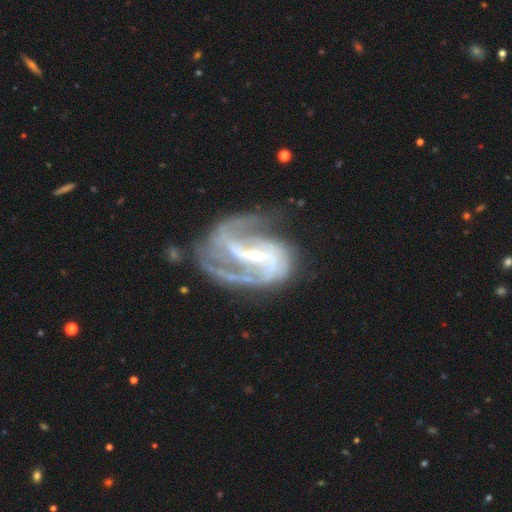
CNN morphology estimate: Smooth or featured: featured or disk — 90% (star or artifact — 5%)
Edge-on disk: no — 98% (yes — 2%)
Bar: strong — 51% (weak — 37%)
Spiral arms: yes — 96% (no — 4%)
Spiral winding: medium — 51% (tight — 27%)
Spiral arm count: 2 — 57% (3 — 15%)
Bulge size: small — 69% (moderate — 24%)
Merging: none — 48% (major disturbance — 26%)